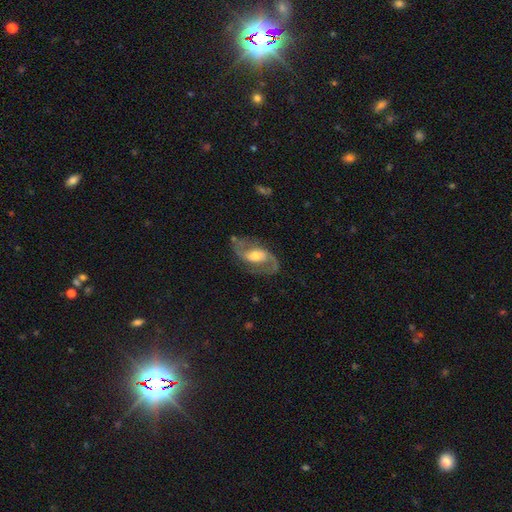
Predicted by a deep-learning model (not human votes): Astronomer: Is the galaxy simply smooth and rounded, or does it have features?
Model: featured or disk — 86%.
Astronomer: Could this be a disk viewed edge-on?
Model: no — 96%.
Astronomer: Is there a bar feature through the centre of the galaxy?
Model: weak — 45% (runner-up: no, 29%).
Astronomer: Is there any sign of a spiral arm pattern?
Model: yes — 95%.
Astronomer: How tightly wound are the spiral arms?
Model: medium — 52% (runner-up: loose, 35%).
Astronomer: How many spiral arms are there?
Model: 2 — 92%.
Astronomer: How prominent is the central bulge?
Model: moderate — 56%.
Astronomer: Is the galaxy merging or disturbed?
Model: none — 77%.